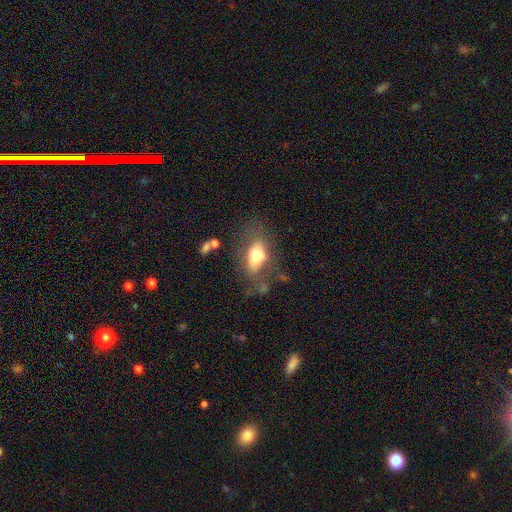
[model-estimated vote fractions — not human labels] A smooth galaxy with no disk features (67%) that is in between round and cigar-shaped (86%). Merging: none (54%).